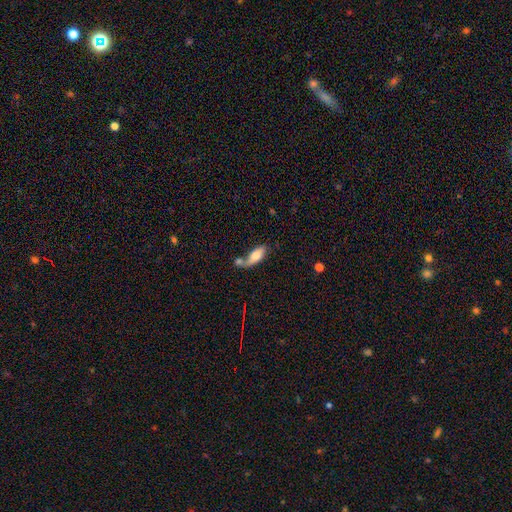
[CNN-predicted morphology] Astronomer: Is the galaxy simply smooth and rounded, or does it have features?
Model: smooth — 67%.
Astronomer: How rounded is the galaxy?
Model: in between — 74%.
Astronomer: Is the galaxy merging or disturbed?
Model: merger — 40% (runner-up: none, 35%).